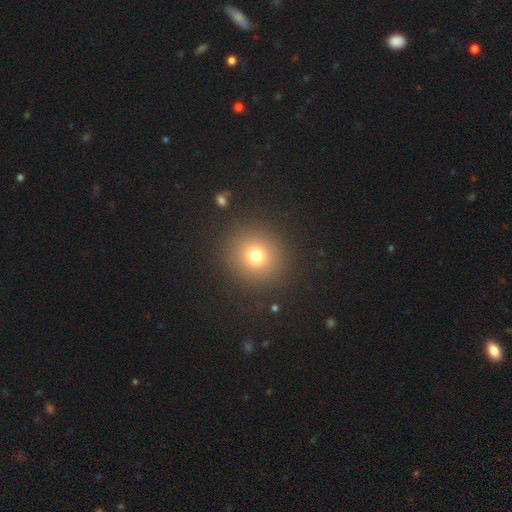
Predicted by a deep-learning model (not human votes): The model was most divided on "smooth or featured": smooth: 74%, star or artifact: 17%, featured or disk: 9%. More confident: how rounded — round (92%); merging — none (89%).